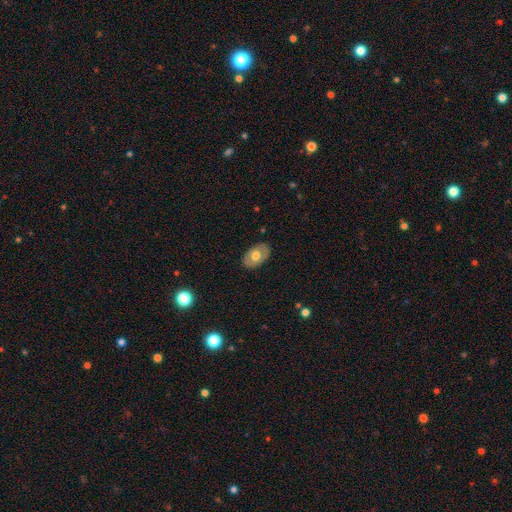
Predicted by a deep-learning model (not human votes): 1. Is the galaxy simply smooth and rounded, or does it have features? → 56% smooth, 38% featured or disk, 6% star or artifact.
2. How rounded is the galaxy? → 87% in between, 12% round, 1% cigar-shaped.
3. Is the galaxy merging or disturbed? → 85% none, 12% minor disturbance, 3% major disturbance, 1% merger.